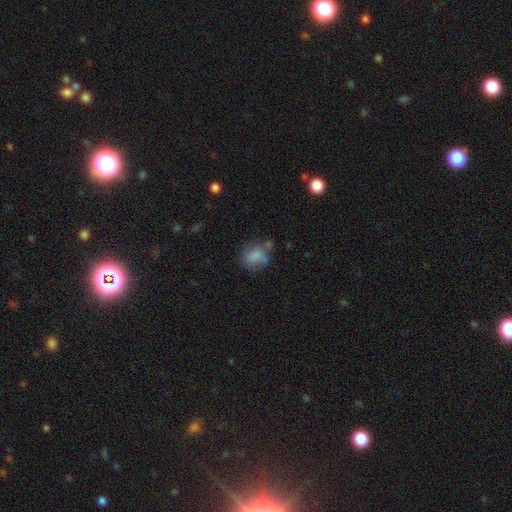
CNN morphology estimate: A smooth galaxy with no disk features (75%) that is round (61%). Merging: none (46%).